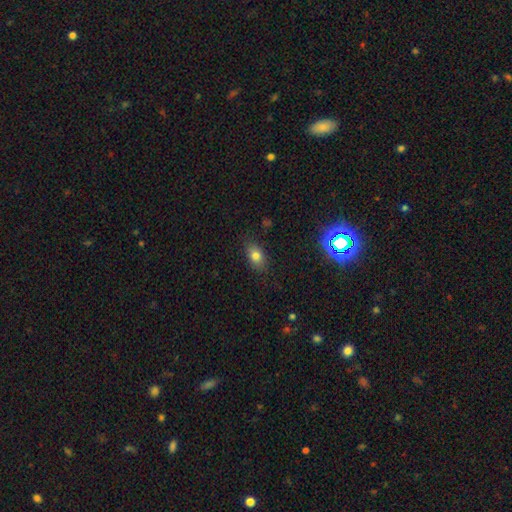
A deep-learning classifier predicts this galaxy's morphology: This appears to be a smooth galaxy with no disk features (76%) that is in between round and cigar-shaped (81%). Merging: none (83%).